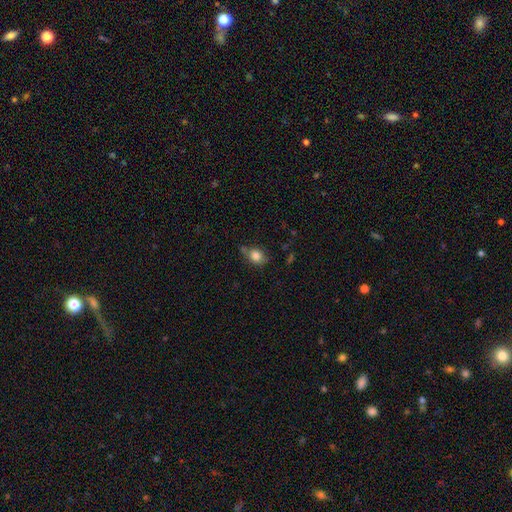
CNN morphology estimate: Q: Smooth or featured?
A: smooth (83%); runner-up: star or artifact (9%)
Q: How rounded?
A: in between (53%); runner-up: round (46%)
Q: Merging?
A: none (61%); runner-up: minor disturbance (24%)